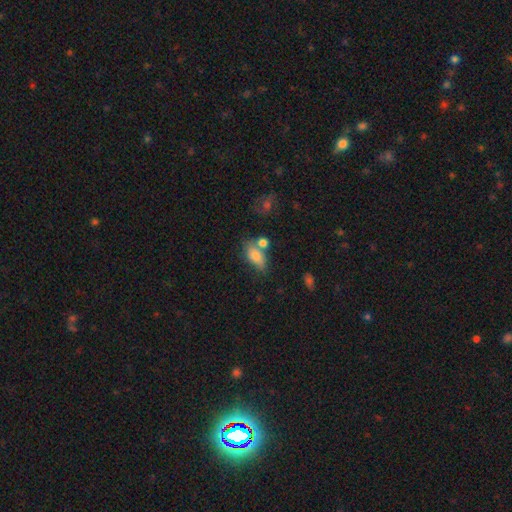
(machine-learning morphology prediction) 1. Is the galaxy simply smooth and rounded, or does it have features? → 80% smooth, 11% featured or disk, 9% star or artifact.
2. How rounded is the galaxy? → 86% in between, 8% round, 6% cigar-shaped.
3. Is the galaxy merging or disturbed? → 46% none, 25% merger, 19% minor disturbance, 9% major disturbance.